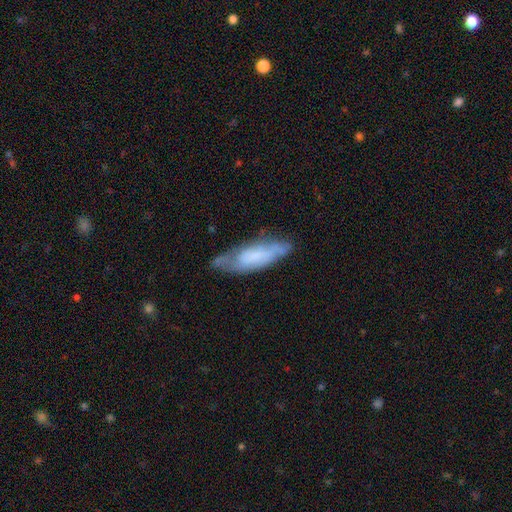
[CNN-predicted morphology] type=smooth (49%); merging=none (53%).